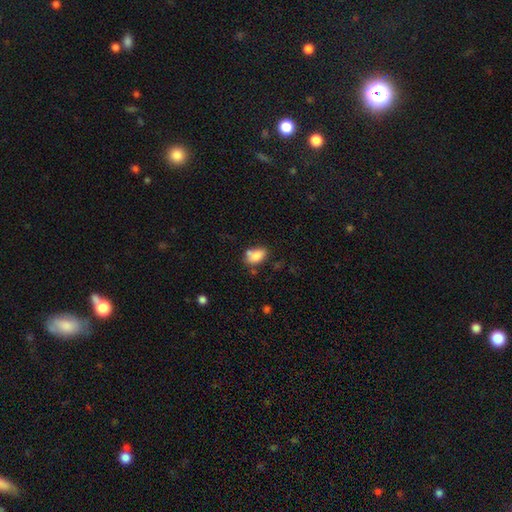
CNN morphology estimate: Q: Smooth or featured?
A: smooth (81%); runner-up: featured or disk (11%)
Q: How rounded?
A: in between (86%); runner-up: round (12%)
Q: Merging?
A: none (52%); runner-up: merger (22%)